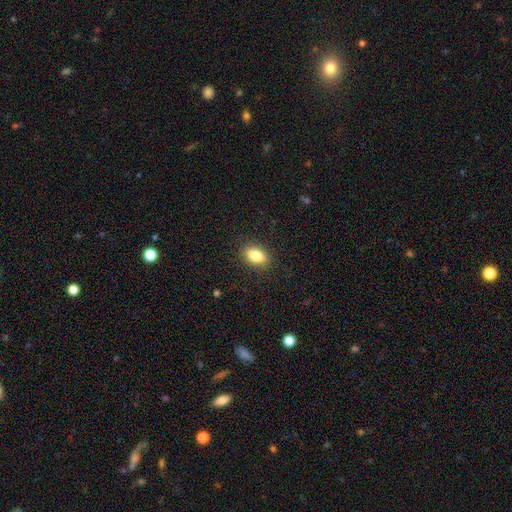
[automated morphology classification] smooth-or-featured: smooth: 84% | star or artifact: 8% | featured or disk: 8%
  how-rounded: in between: 86% | round: 10% | cigar-shaped: 3%
  merging: none: 88% | minor disturbance: 9% | major disturbance: 3% | merger: 1%